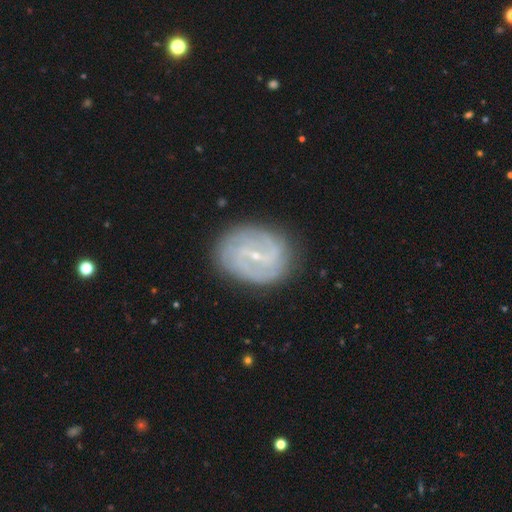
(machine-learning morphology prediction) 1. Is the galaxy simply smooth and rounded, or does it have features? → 81% featured or disk, 12% smooth, 6% star or artifact.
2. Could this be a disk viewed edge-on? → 97% no, 3% yes.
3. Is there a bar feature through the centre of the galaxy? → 52% weak, 27% strong, 21% no.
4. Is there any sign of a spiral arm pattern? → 91% yes, 9% no.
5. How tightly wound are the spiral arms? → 43% tight, 39% medium, 18% loose.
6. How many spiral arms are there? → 52% 2, 23% can't tell, 10% 3, 6% 4, 4% 1, 4% more than 4.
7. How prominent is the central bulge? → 84% small, 12% moderate, 3% none, 1% large, 1% dominant.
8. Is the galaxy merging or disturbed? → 82% none, 13% minor disturbance, 4% major disturbance, 1% merger.